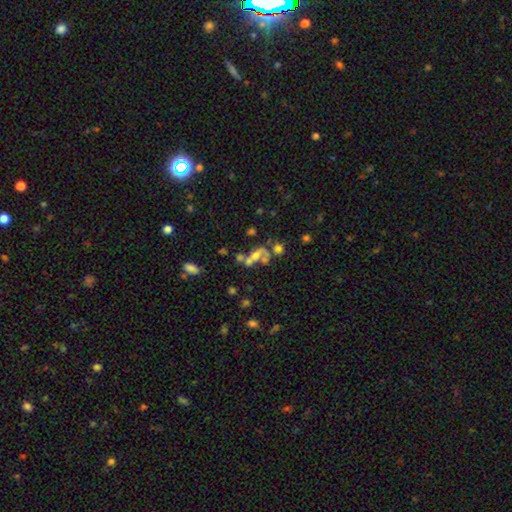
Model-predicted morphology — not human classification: This appears to be a featured or disk galaxy (43%). Merging: merger (48%).